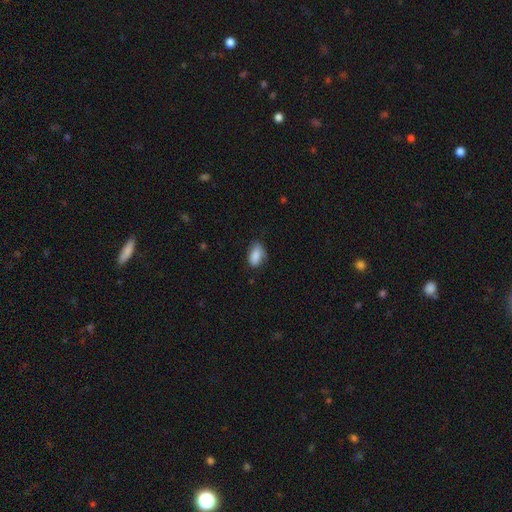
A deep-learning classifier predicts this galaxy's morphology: type=smooth (85%); roundness=in between (90%); merging=none (64%).